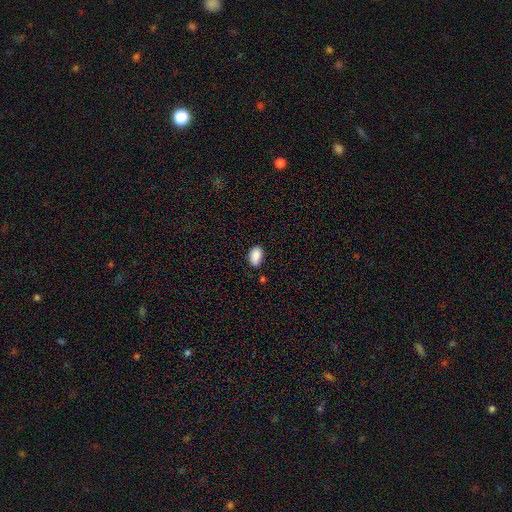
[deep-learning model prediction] smooth_or_featured: smooth (p=0.89) [alt: star or artifact p=0.07]
how_rounded: in between (p=0.92) [alt: round p=0.07]
merging: none (p=0.79) [alt: minor disturbance p=0.16]